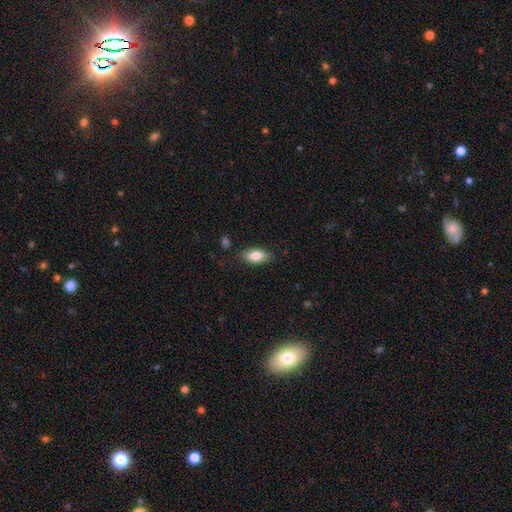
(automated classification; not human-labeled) The model was most divided on "merging": none: 81%, minor disturbance: 14%, major disturbance: 3%, merger: 2%. More confident: how rounded — in between (88%); smooth or featured — smooth (82%).